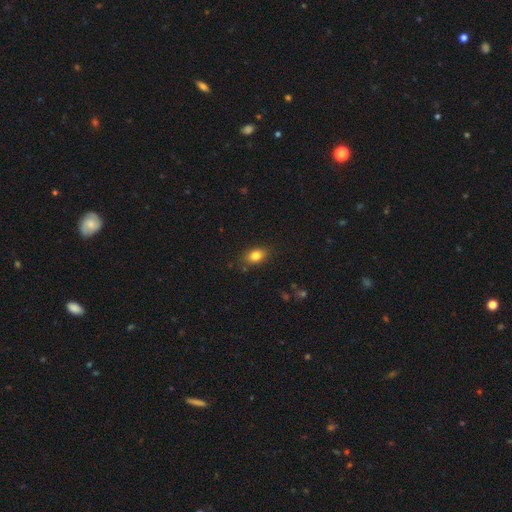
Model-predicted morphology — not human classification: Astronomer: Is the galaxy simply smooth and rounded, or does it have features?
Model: smooth — 82%.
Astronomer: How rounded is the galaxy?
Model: in between — 79%.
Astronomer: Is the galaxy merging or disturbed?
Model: none — 82%.